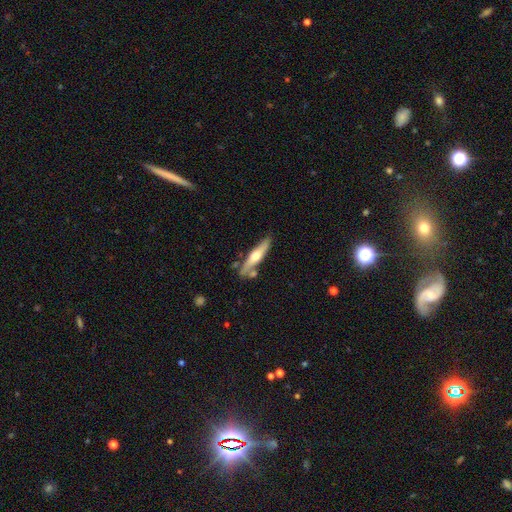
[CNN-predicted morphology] Smooth or featured? featured or disk (52%)
Edge-on disk? yes (89%)
Merging? none (74%)